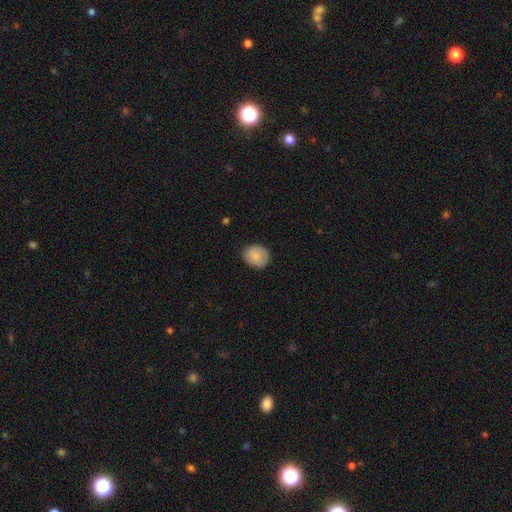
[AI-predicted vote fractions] Smooth or featured: smooth — 82% (featured or disk — 11%)
How rounded: round — 72% (in between — 27%)
Merging: none — 80% (minor disturbance — 16%)